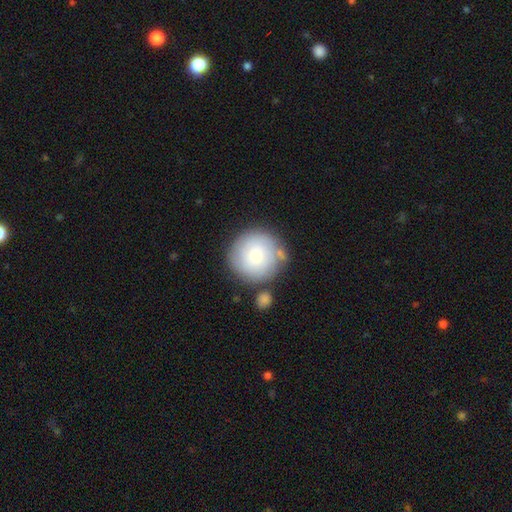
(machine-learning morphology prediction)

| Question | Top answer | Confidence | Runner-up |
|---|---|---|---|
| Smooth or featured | smooth | 67% | featured or disk (26%) |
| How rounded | round | 95% | in between (4%) |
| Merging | none | 71% | minor disturbance (15%) |